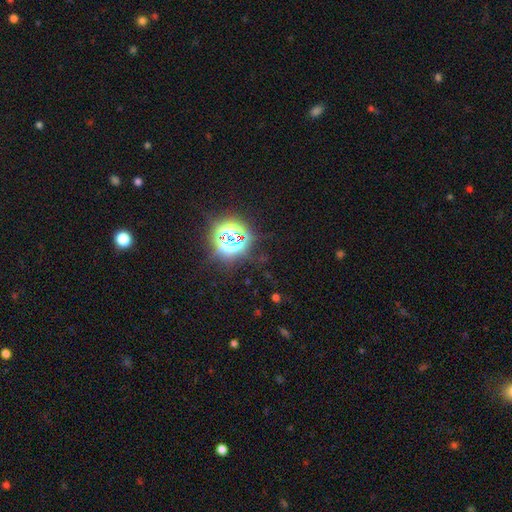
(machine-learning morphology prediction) This appears to be a star or artifact, not a galaxy (81%).